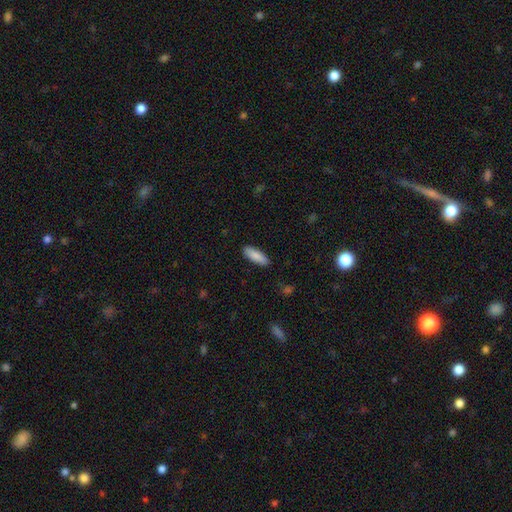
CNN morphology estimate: Smooth or featured?
  - smooth: 88% *
  - featured or disk: 7%
  - star or artifact: 6%
How rounded?
  - in between: 60% *
  - cigar-shaped: 38%
  - round: 2%
Merging?
  - none: 88% *
  - minor disturbance: 9%
  - major disturbance: 2%
  - merger: 1%